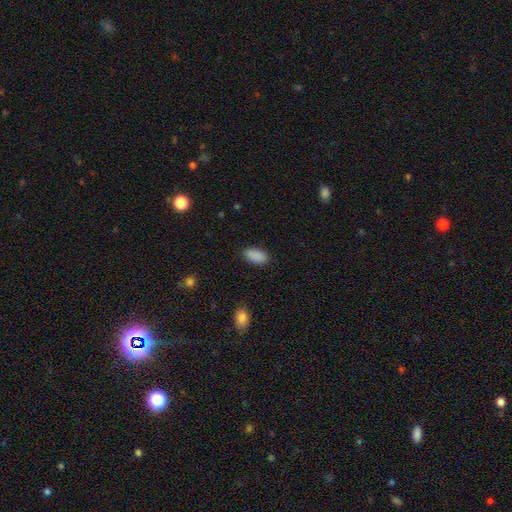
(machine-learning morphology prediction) Smooth or featured?
  - smooth: 89% *
  - star or artifact: 8%
  - featured or disk: 3%
How rounded?
  - in between: 94% *
  - round: 3%
  - cigar-shaped: 3%
Merging?
  - none: 86% *
  - minor disturbance: 10%
  - major disturbance: 3%
  - merger: 1%